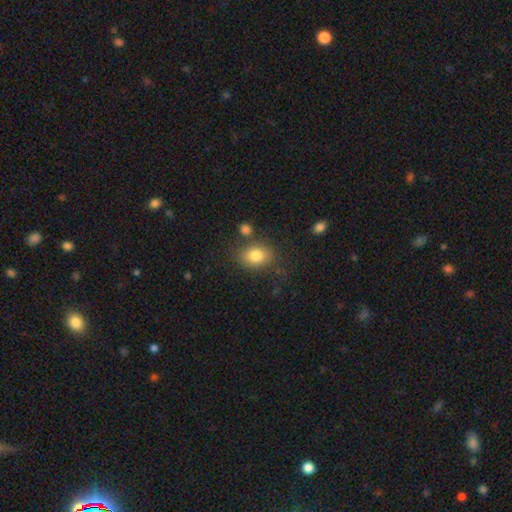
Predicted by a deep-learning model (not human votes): A smooth galaxy with no disk features (81%) that is in between round and cigar-shaped (59%).

Vote fractions:
- Smooth or featured? smooth: 81% / featured or disk: 10% / star or artifact: 10%
- How rounded? in between: 59% / round: 40% / cigar-shaped: 1%
- Merging? none: 72% / minor disturbance: 15% / merger: 7% / major disturbance: 6%